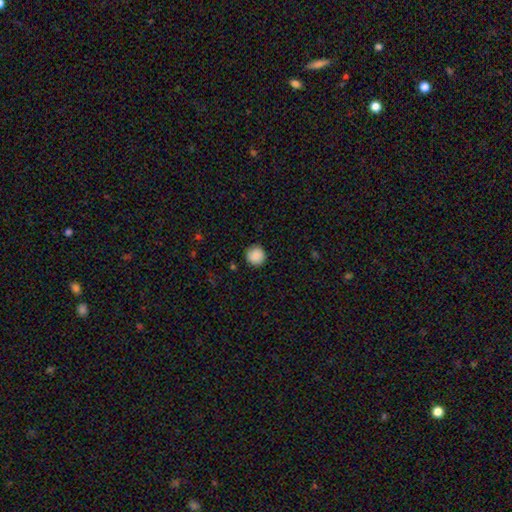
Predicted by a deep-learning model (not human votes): A smooth galaxy with no disk features (89%) that is round (95%). Merging: none (90%).